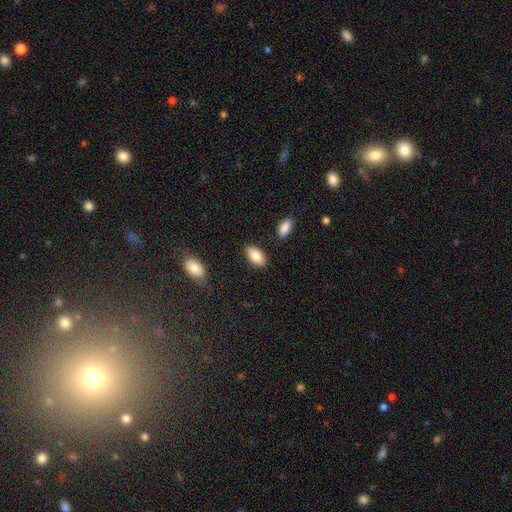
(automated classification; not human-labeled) Smooth or featured: smooth — 85% (featured or disk — 8%)
How rounded: in between — 94% (round — 4%)
Merging: none — 84% (minor disturbance — 10%)